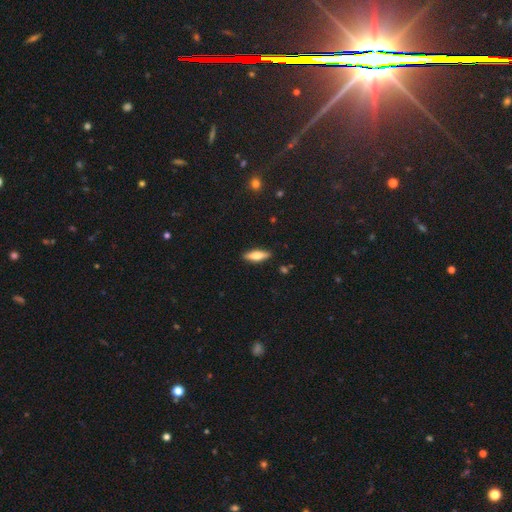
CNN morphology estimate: Smooth or featured?
  - smooth: 61% *
  - featured or disk: 32%
  - star or artifact: 6%
How rounded?
  - in between: 50% *
  - cigar-shaped: 48%
  - round: 2%
Merging?
  - none: 88% *
  - minor disturbance: 9%
  - major disturbance: 2%
  - merger: 1%